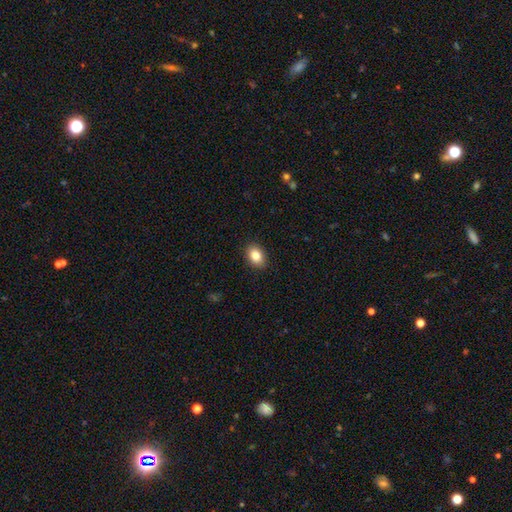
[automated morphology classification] smooth-or-featured: smooth: 84% | star or artifact: 8% | featured or disk: 7%
  how-rounded: in between: 77% | round: 22% | cigar-shaped: 1%
  merging: none: 90% | minor disturbance: 8% | major disturbance: 2% | merger: 1%